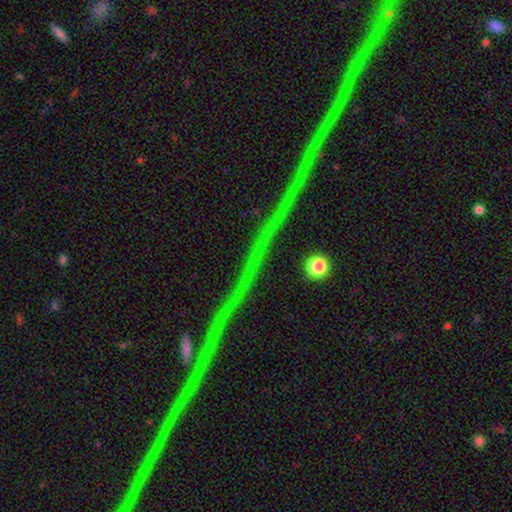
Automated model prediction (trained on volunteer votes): smooth_or_featured: star or artifact (p=0.70) [alt: featured or disk p=0.19]